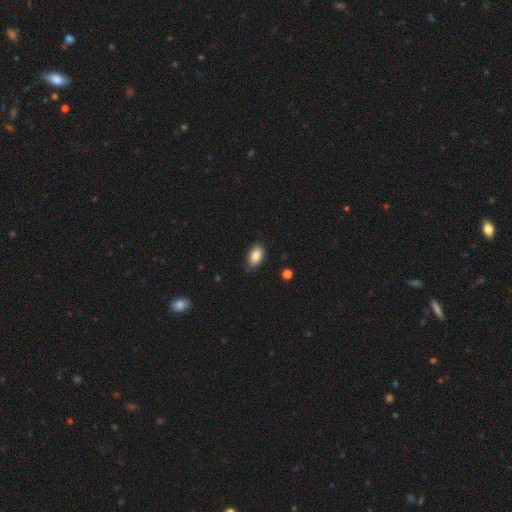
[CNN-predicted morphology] smooth_or_featured: smooth (p=0.86) [alt: star or artifact p=0.07]
how_rounded: in between (p=0.92) [alt: round p=0.05]
merging: none (p=0.83) [alt: minor disturbance p=0.13]